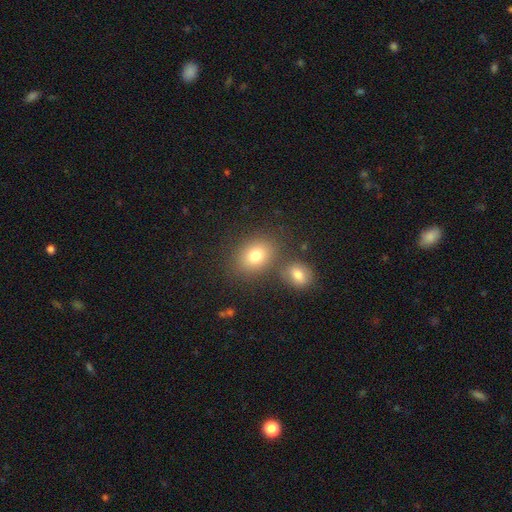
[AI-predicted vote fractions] Smooth or featured?
  - smooth: 78% *
  - star or artifact: 11%
  - featured or disk: 10%
How rounded?
  - in between: 56% *
  - round: 43%
  - cigar-shaped: 1%
Merging?
  - none: 66% *
  - merger: 20%
  - minor disturbance: 10%
  - major disturbance: 4%